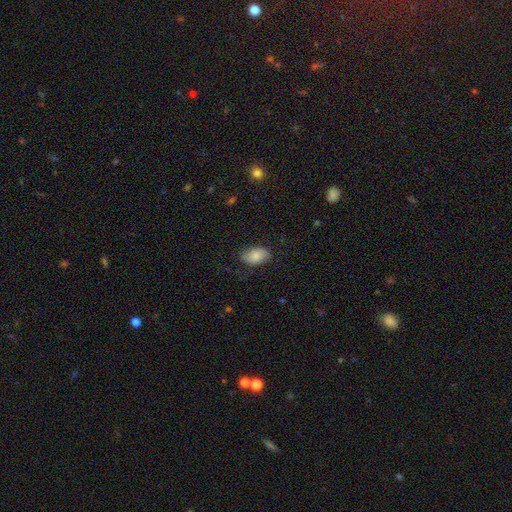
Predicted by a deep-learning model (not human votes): Smooth or featured? Predicted: smooth (p=0.78). How rounded? Predicted: in between (p=0.93). Merging? Predicted: none (p=0.74).